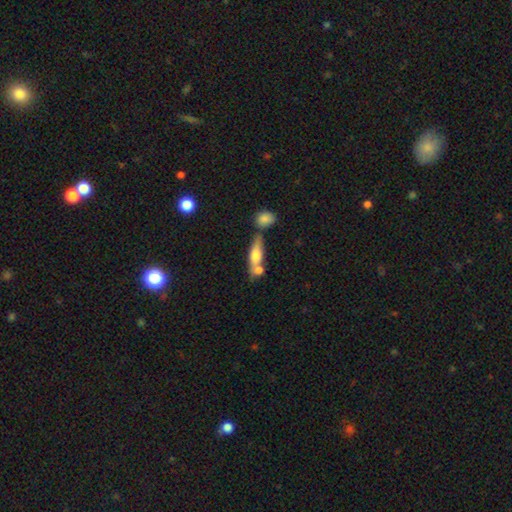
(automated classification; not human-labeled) smooth-or-featured: smooth: 63% | featured or disk: 30% | star or artifact: 7%
  how-rounded: in between: 48% | cigar-shaped: 47% | round: 5%
  merging: none: 47% | merger: 35% | minor disturbance: 13% | major disturbance: 5%